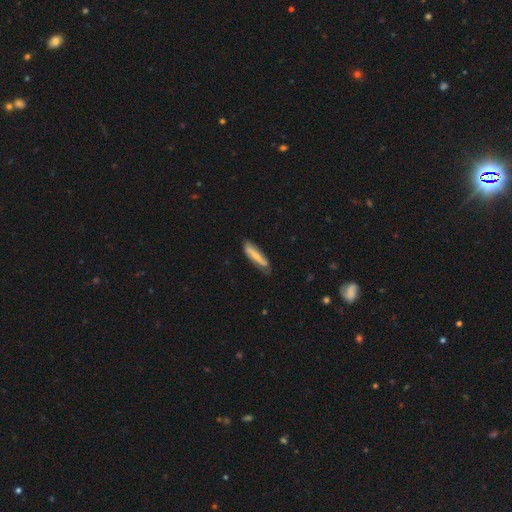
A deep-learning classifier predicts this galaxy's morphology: Smooth or featured: smooth — 58% (featured or disk — 36%)
How rounded: cigar-shaped — 73% (in between — 25%)
Merging: none — 66% (minor disturbance — 26%)